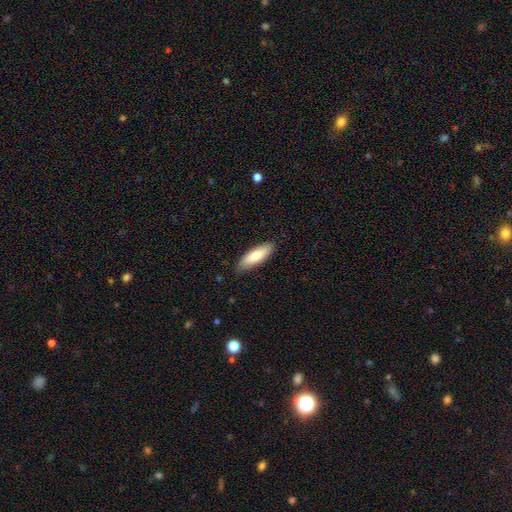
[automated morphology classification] Smooth or featured: smooth — 79% (featured or disk — 15%)
How rounded: in between — 53% (cigar-shaped — 45%)
Merging: none — 84% (minor disturbance — 13%)